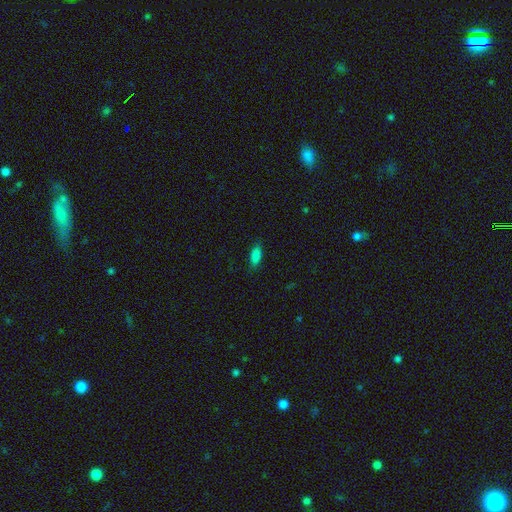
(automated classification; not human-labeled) Q: Smooth or featured?
A: smooth (86%); runner-up: star or artifact (9%)
Q: How rounded?
A: in between (79%); runner-up: cigar-shaped (18%)
Q: Merging?
A: none (83%); runner-up: minor disturbance (13%)